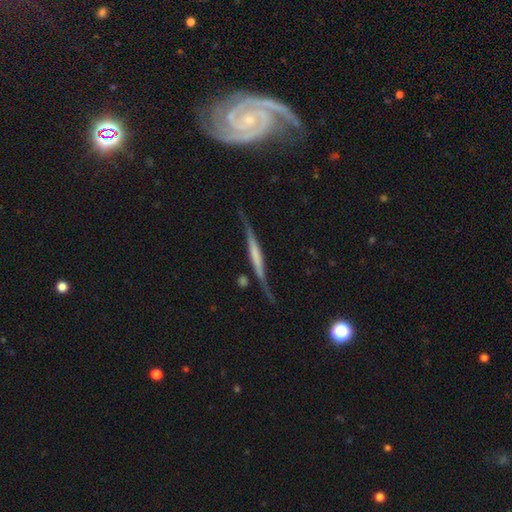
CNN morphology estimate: A featured or disk galaxy (73%) viewed edge-on (92%) with no central bulge (42%). Merging: none (69%).